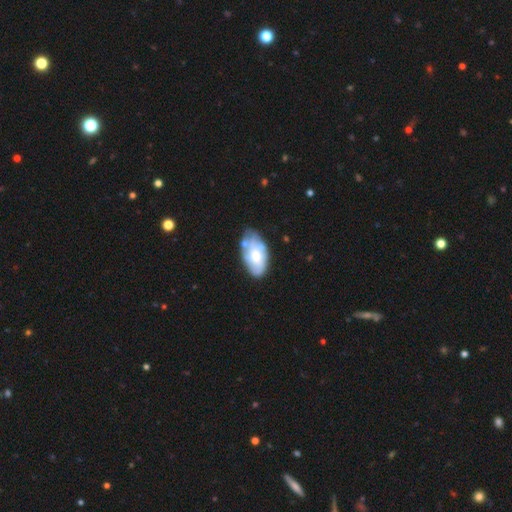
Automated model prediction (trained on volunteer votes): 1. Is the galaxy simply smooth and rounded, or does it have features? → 50% featured or disk, 44% smooth, 6% star or artifact.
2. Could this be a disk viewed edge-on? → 94% no, 6% yes.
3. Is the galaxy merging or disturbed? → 54% none, 27% minor disturbance, 10% major disturbance, 9% merger.